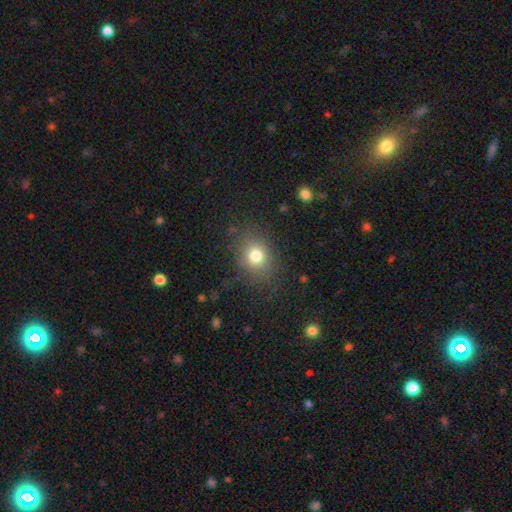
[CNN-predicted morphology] Smooth or featured? smooth (77%)
How rounded? round (60%)
Merging? none (81%)